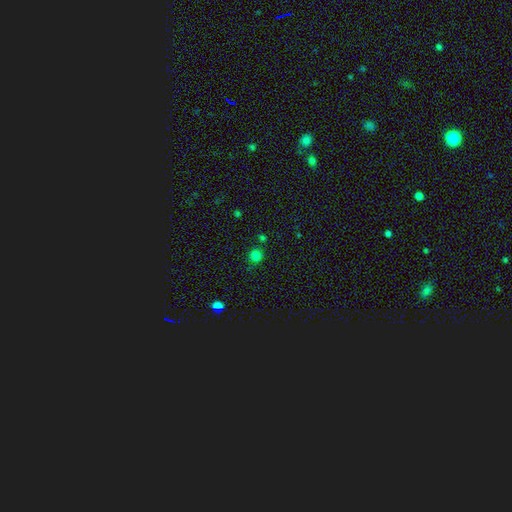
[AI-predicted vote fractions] Smooth or featured: smooth — 79% (star or artifact — 17%)
How rounded: round — 90% (in between — 9%)
Merging: none — 78% (minor disturbance — 13%)